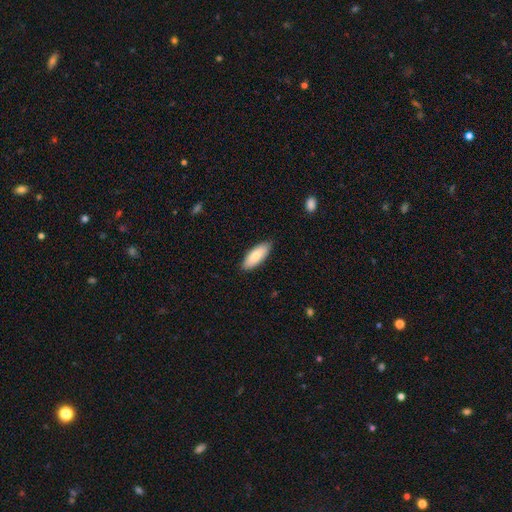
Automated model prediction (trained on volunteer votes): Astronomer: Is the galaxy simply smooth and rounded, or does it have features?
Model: smooth — 81%.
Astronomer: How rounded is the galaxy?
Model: in between — 76%.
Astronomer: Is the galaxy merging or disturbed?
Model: none — 87%.